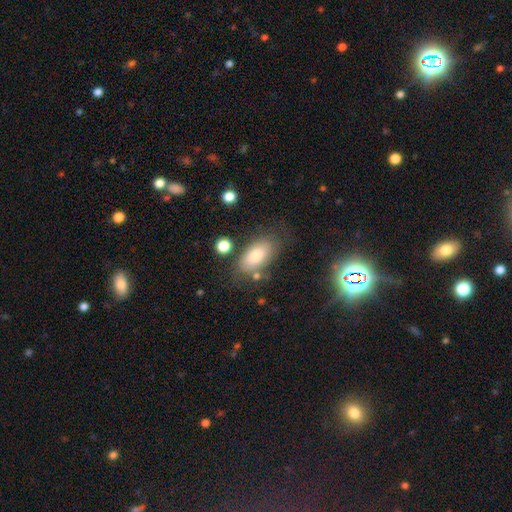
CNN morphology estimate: Smooth or featured: smooth — 76% (featured or disk — 14%)
How rounded: in between — 91% (cigar-shaped — 5%)
Merging: none — 70% (minor disturbance — 17%)